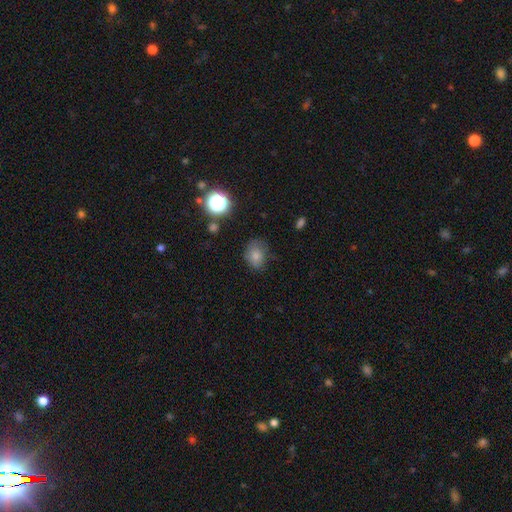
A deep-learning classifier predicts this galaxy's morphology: smooth-or-featured: smooth: 76% | star or artifact: 13% | featured or disk: 11%
  how-rounded: in between: 52% | round: 47% | cigar-shaped: 1%
  merging: none: 63% | minor disturbance: 26% | major disturbance: 8% | merger: 2%